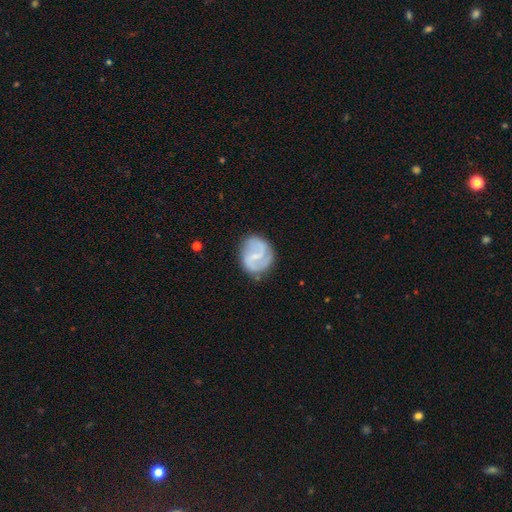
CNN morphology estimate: A featured or disk galaxy (78%) with a weak bar (54%), 2 (83%) medium (49%) spiral arms (93%) and a small central bulge (63%). Merging: none (74%).